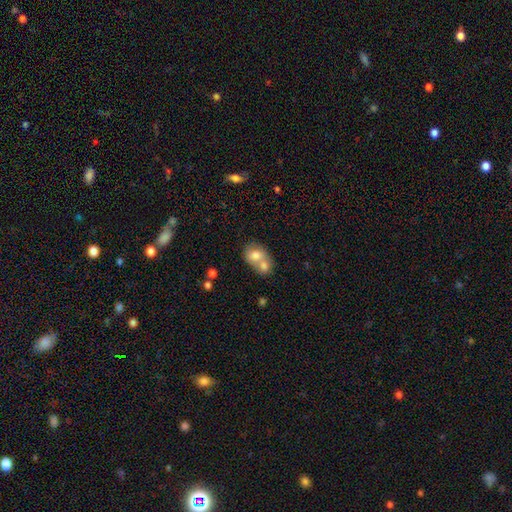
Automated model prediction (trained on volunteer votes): The model was most divided on "how rounded": in between: 55%, round: 44%, cigar-shaped: 1%. More confident: smooth or featured — smooth (73%); merging — merger (68%).